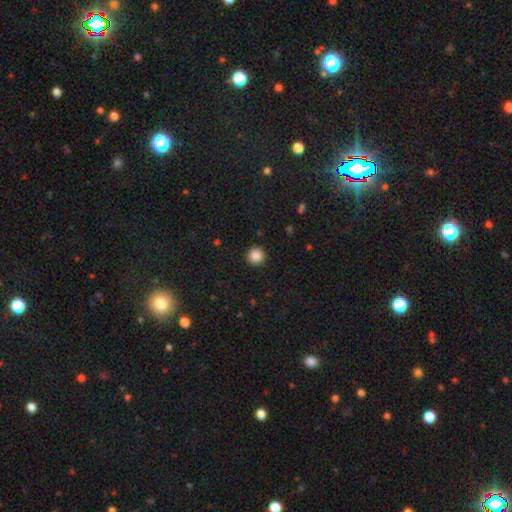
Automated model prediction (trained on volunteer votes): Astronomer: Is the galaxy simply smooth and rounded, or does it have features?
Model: smooth — 87%.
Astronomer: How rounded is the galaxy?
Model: round — 95%.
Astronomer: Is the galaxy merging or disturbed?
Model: none — 91%.